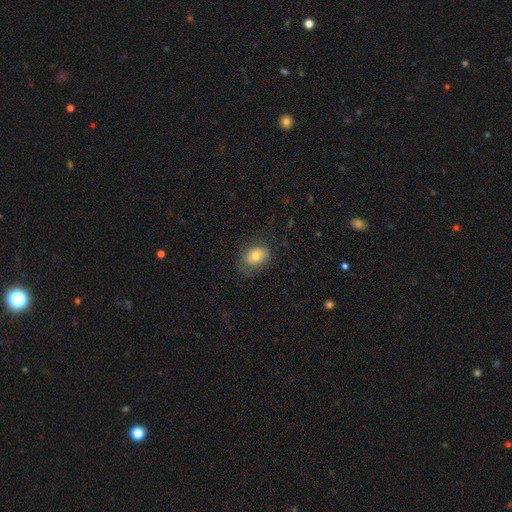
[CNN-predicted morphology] type=smooth (76%); roundness=in between (66%); merging=none (70%).